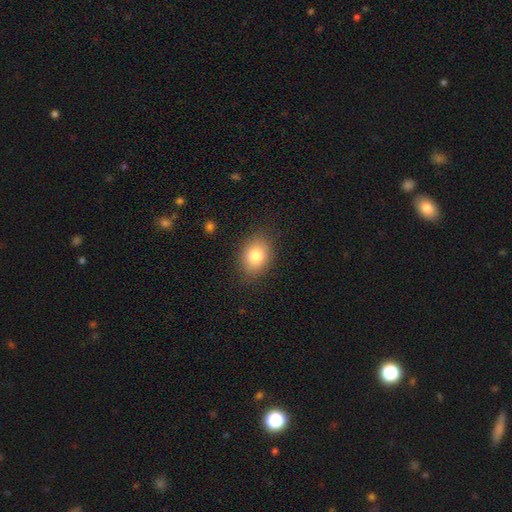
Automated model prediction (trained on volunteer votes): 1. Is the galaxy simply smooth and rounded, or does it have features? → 81% smooth, 10% featured or disk, 9% star or artifact.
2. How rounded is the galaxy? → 66% in between, 33% round, 1% cigar-shaped.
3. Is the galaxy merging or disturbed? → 84% none, 11% minor disturbance, 3% major disturbance, 1% merger.